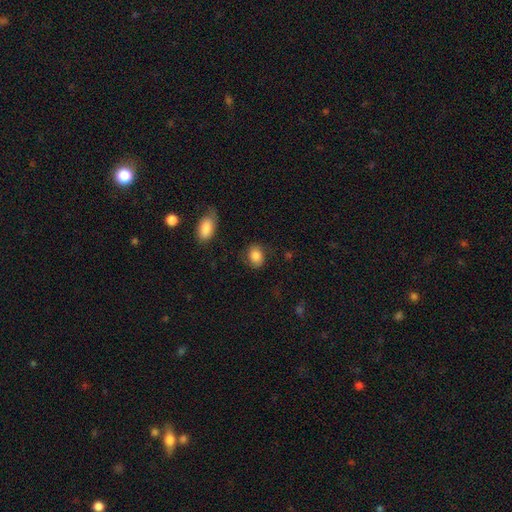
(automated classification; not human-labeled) A smooth galaxy with no disk features (83%) that is in between round and cigar-shaped (59%).

Vote fractions:
- Smooth or featured? smooth: 83% / featured or disk: 9% / star or artifact: 8%
- How rounded? in between: 59% / round: 40% / cigar-shaped: 1%
- Merging? none: 77% / minor disturbance: 16% / major disturbance: 5% / merger: 2%